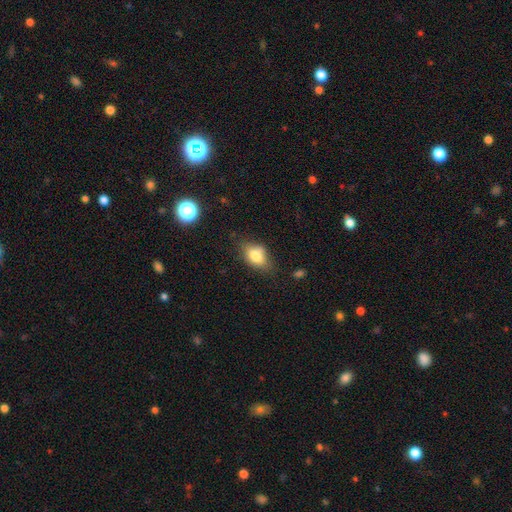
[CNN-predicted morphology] The model was most divided on "merging": none: 62%, minor disturbance: 25%, merger: 6%, major disturbance: 6%. More confident: how rounded — in between (83%); smooth or featured — smooth (77%).